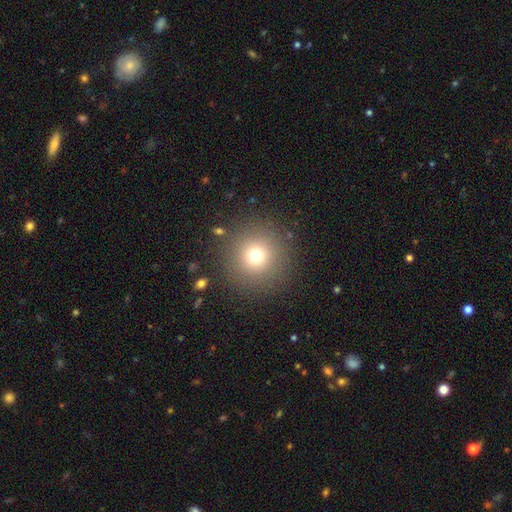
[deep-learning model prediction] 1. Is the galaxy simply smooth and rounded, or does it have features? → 72% smooth, 17% star or artifact, 11% featured or disk.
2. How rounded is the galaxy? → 95% round, 4% in between, 1% cigar-shaped.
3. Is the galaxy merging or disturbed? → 88% none, 6% minor disturbance, 4% major disturbance, 2% merger.